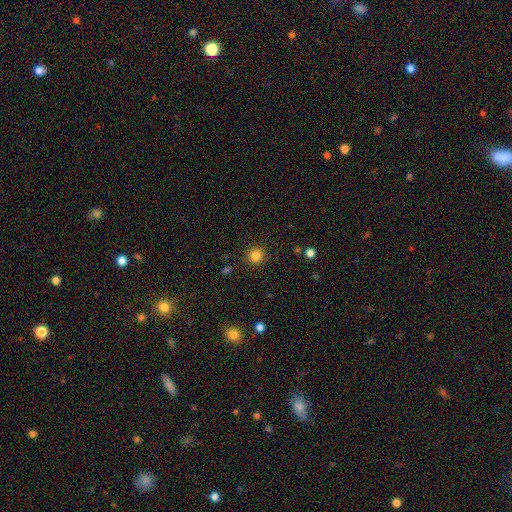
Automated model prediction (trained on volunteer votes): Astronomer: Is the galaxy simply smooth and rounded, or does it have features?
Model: smooth — 83%.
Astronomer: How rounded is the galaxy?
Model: round — 94%.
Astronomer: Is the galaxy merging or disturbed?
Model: none — 90%.